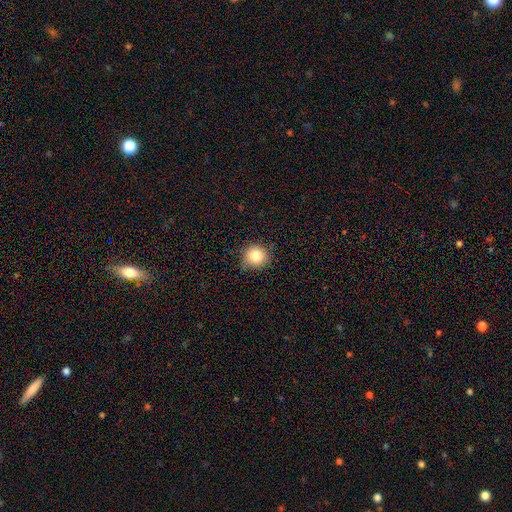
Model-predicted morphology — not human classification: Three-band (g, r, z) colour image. It shows a smooth galaxy with no disk features (82%) that is round (91%). Merging: none (77%).